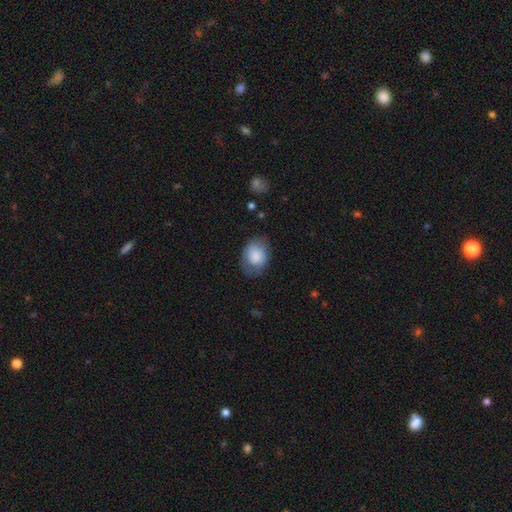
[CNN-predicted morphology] This is clearly a smooth galaxy (83%). How rounded: possibly in between (59%). Merging: likely none (63%).